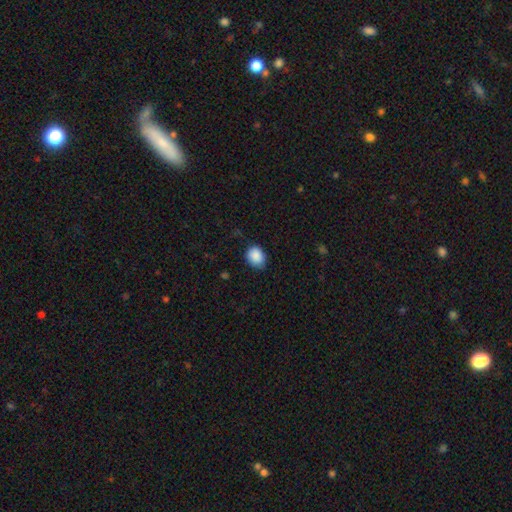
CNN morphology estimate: A smooth galaxy with no disk features (89%) that is round (50%).

Vote fractions:
- Smooth or featured? smooth: 89% / star or artifact: 8% / featured or disk: 3%
- How rounded? round: 50% / in between: 49% / cigar-shaped: 1%
- Merging? none: 74% / minor disturbance: 21% / major disturbance: 4% / merger: 1%